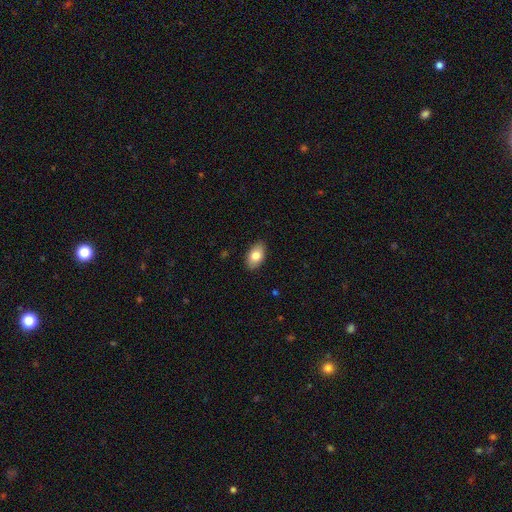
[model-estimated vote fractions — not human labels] A smooth galaxy with no disk features (81%) that is in between round and cigar-shaped (92%). Merging: none (88%).